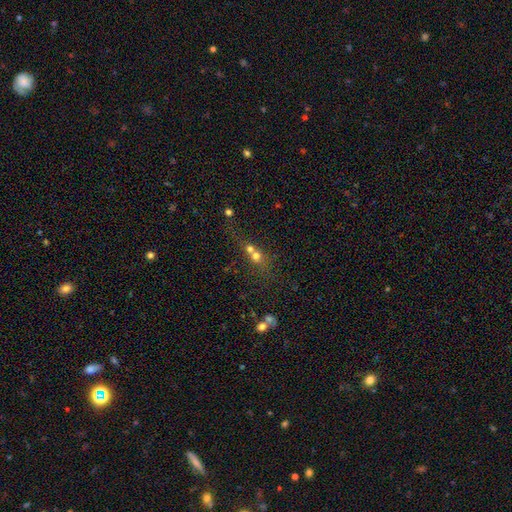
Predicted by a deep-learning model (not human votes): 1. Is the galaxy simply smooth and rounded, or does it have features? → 62% smooth, 19% featured or disk, 19% star or artifact.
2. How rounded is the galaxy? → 76% round, 21% in between, 3% cigar-shaped.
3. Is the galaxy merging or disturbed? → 59% merger, 30% none, 6% minor disturbance, 5% major disturbance.